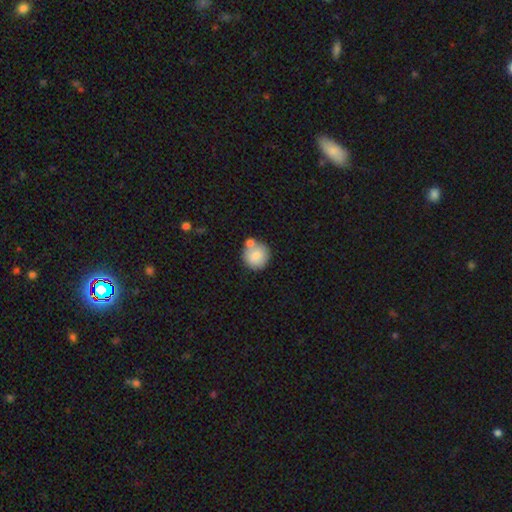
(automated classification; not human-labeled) This appears to be a smooth galaxy with no disk features (81%) that is round (92%). Merging: none (61%).